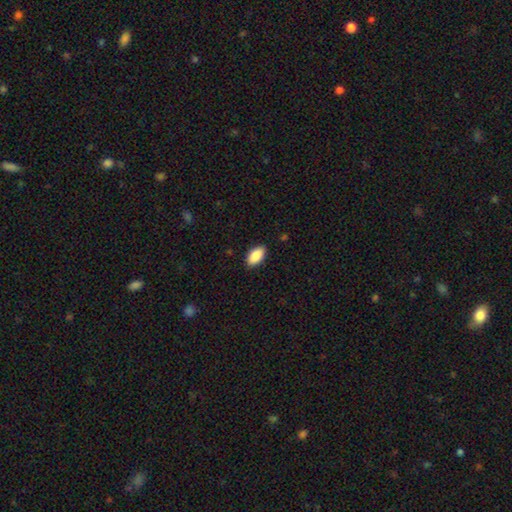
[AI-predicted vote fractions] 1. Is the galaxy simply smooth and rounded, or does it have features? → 89% smooth, 6% star or artifact, 4% featured or disk.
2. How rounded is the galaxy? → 94% in between, 4% cigar-shaped, 3% round.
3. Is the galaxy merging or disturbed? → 87% none, 10% minor disturbance, 2% major disturbance, 1% merger.